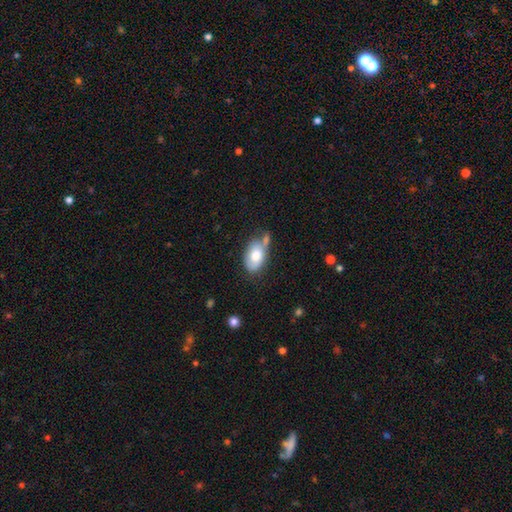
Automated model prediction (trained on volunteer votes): Smooth or featured?
  - smooth: 71% *
  - featured or disk: 22%
  - star or artifact: 7%
How rounded?
  - in between: 90% *
  - round: 9%
  - cigar-shaped: 2%
Merging?
  - none: 45% *
  - minor disturbance: 26%
  - merger: 20%
  - major disturbance: 9%